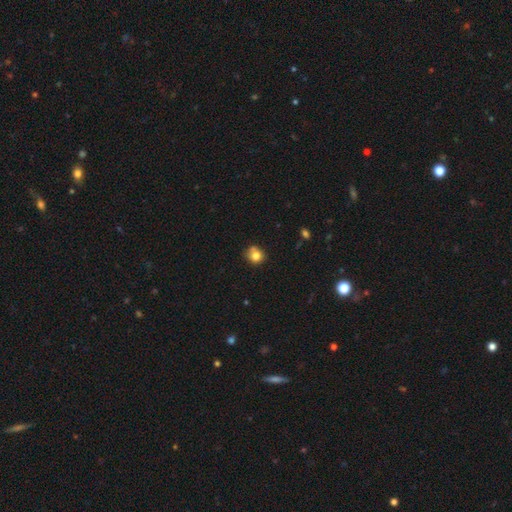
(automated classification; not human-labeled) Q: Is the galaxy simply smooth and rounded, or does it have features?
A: smooth — 79%.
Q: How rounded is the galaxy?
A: round — 80%.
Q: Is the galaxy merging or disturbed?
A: none — 59%.